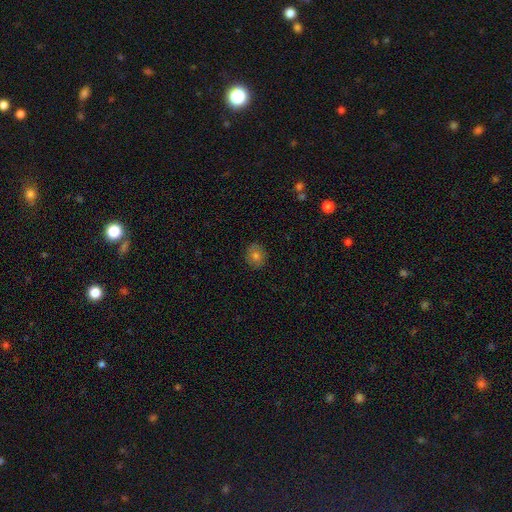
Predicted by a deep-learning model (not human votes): A smooth galaxy with no disk features (77%) that is round (76%). Merging: none (89%).